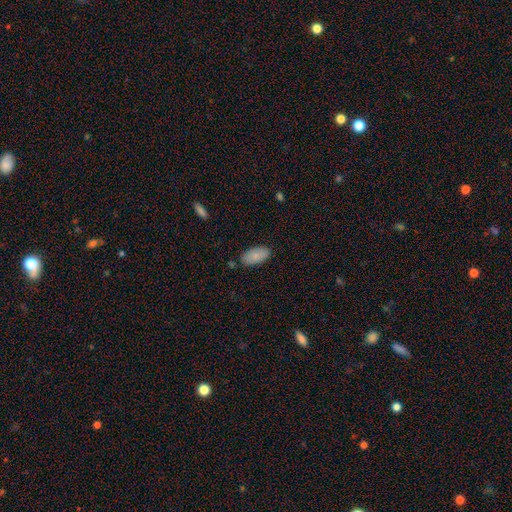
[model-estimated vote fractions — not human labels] smooth-or-featured: smooth: 84% | featured or disk: 10% | star or artifact: 6%
  how-rounded: in between: 94% | cigar-shaped: 4% | round: 2%
  merging: none: 81% | minor disturbance: 14% | merger: 3% | major disturbance: 3%